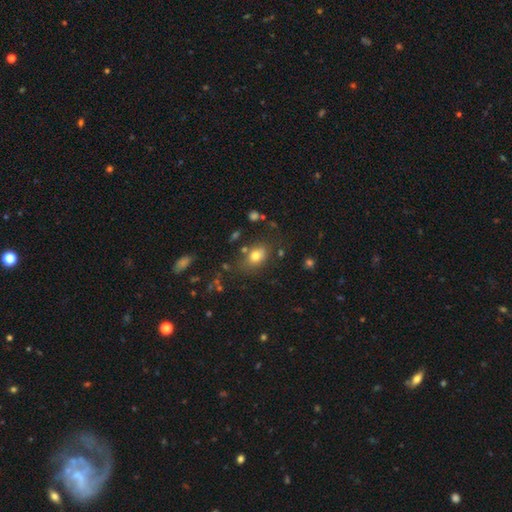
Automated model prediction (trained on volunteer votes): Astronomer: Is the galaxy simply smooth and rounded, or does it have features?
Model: smooth — 76%.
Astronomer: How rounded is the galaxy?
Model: in between — 73%.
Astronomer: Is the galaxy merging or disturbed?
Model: none — 71%.